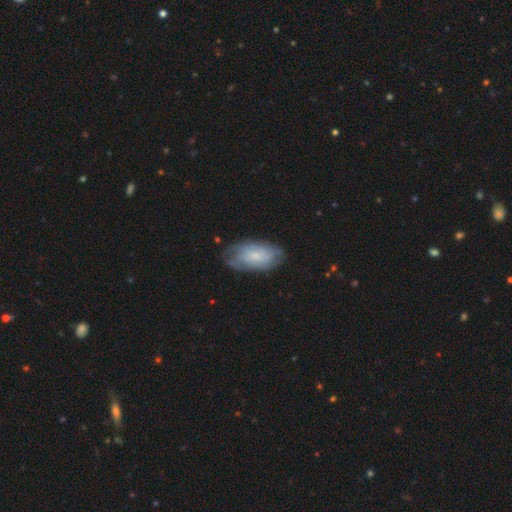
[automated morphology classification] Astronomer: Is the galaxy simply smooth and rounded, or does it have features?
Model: smooth — 58% (runner-up: featured or disk, 35%).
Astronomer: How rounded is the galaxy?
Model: in between — 93%.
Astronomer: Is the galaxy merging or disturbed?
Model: none — 68%.